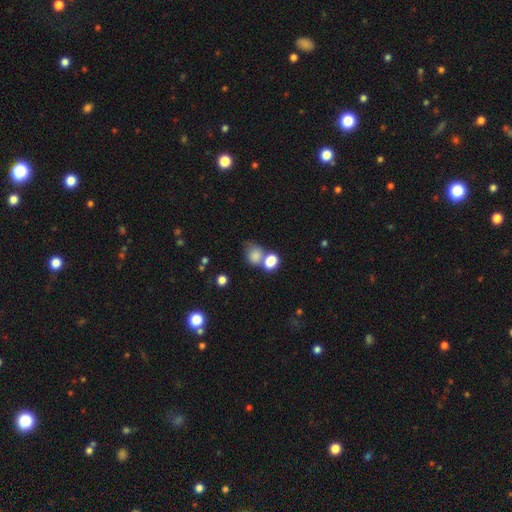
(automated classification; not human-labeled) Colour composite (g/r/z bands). It shows a smooth galaxy with no disk features (80%) that is in between round and cigar-shaped (55%). Merging: merger (46%).